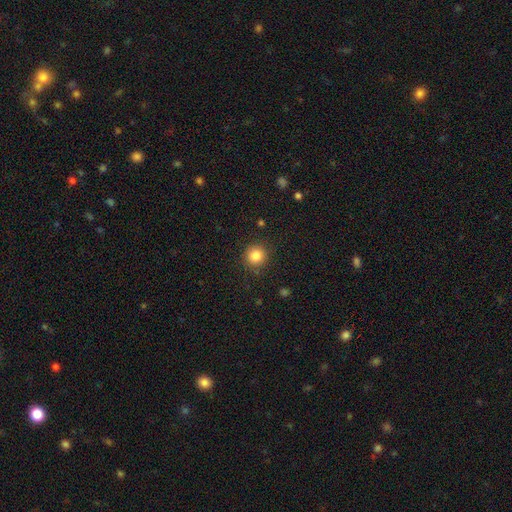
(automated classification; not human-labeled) This is clearly a smooth galaxy (84%). How rounded: clearly round (94%). Merging: clearly none (89%).